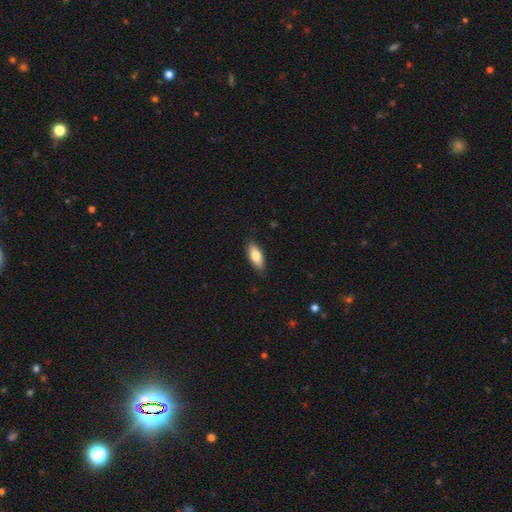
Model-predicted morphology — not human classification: type=smooth (75%); roundness=in between (76%); merging=none (85%).